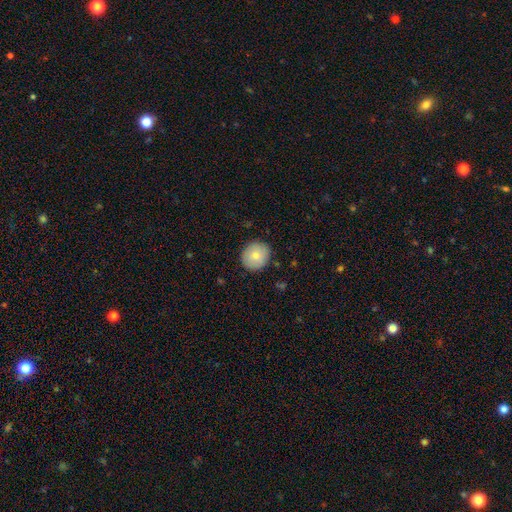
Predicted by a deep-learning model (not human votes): Q: Smooth or featured?
A: smooth (80%); runner-up: featured or disk (13%)
Q: How rounded?
A: round (86%); runner-up: in between (13%)
Q: Merging?
A: none (88%); runner-up: minor disturbance (9%)